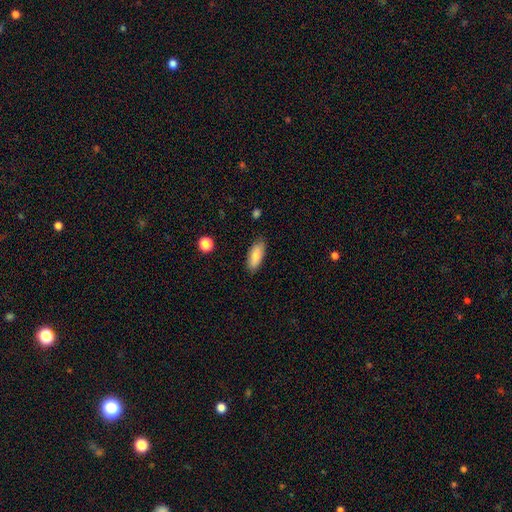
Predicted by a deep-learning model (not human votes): Smooth or featured? smooth (81%)
How rounded? in between (77%)
Merging? none (85%)